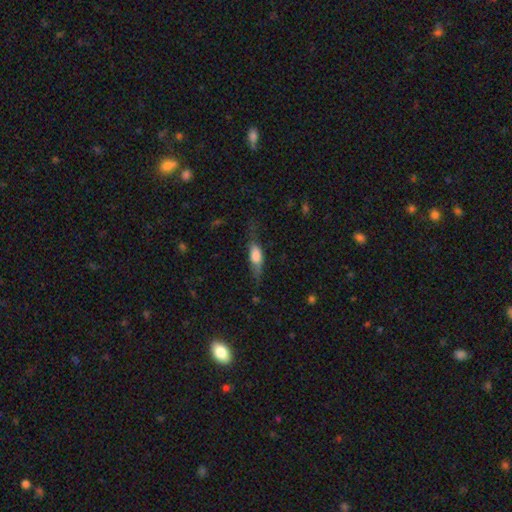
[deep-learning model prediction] Smooth or featured: smooth — 60% (featured or disk — 33%)
How rounded: in between — 60% (cigar-shaped — 36%)
Merging: none — 50% (minor disturbance — 29%)